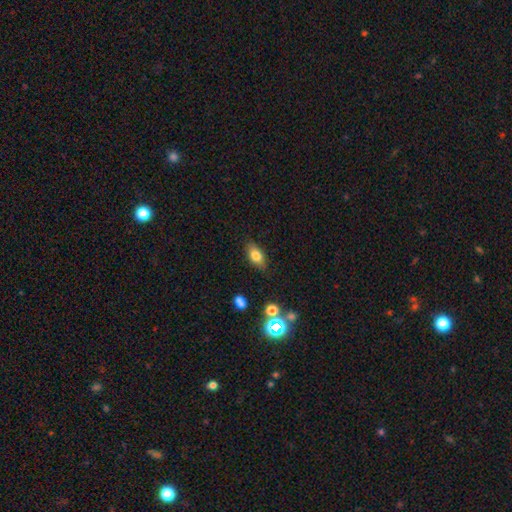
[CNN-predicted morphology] Overall: smooth (77%). How rounded: in between (86%). Merging: none (83%).